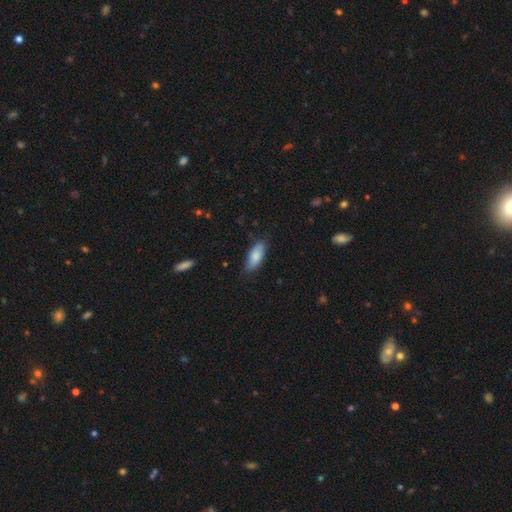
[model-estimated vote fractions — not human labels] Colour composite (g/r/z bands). It shows a smooth galaxy with no disk features (82%) that is in between round and cigar-shaped (77%). Merging: none (78%).